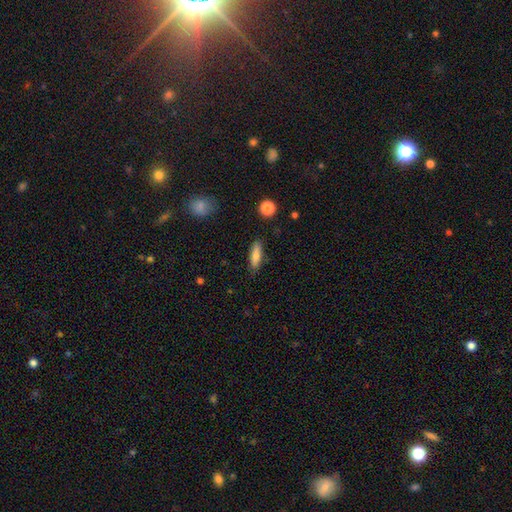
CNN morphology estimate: The model was most divided on "how rounded": cigar-shaped: 54%, in between: 43%, round: 3%. More confident: merging — none (84%); smooth or featured — smooth (77%).